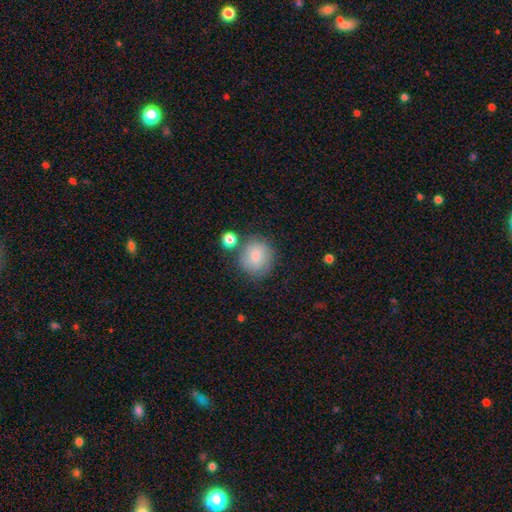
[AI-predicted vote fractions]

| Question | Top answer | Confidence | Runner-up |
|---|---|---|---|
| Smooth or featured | smooth | 76% | featured or disk (16%) |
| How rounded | round | 86% | in between (13%) |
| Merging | none | 68% | minor disturbance (16%) |